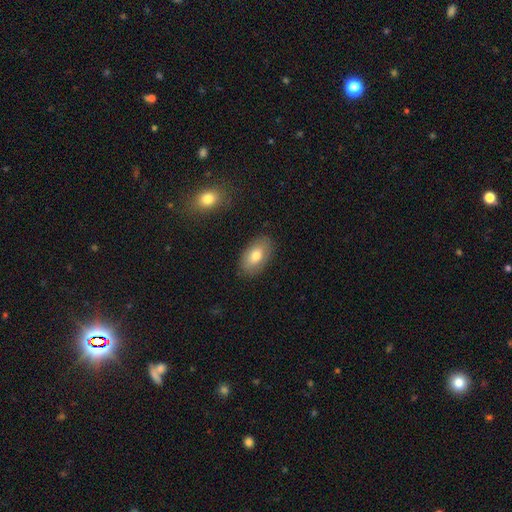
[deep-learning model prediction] This appears to be a smooth galaxy with no disk features (75%) that is in between round and cigar-shaped (93%). Merging: none (85%).